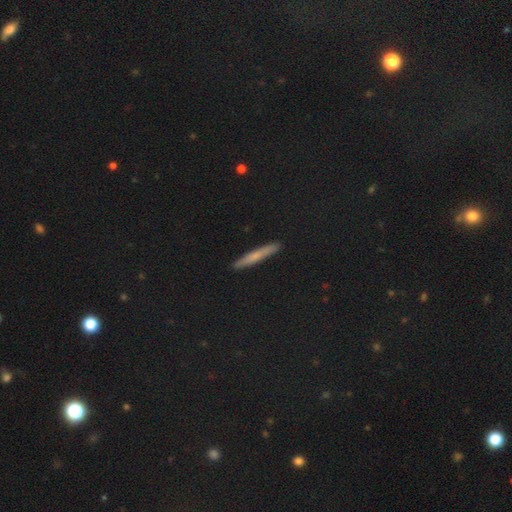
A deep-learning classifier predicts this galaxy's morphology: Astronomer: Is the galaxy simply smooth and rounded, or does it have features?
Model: smooth — 60%.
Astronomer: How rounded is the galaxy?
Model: cigar-shaped — 94%.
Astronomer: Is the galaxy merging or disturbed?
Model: none — 91%.